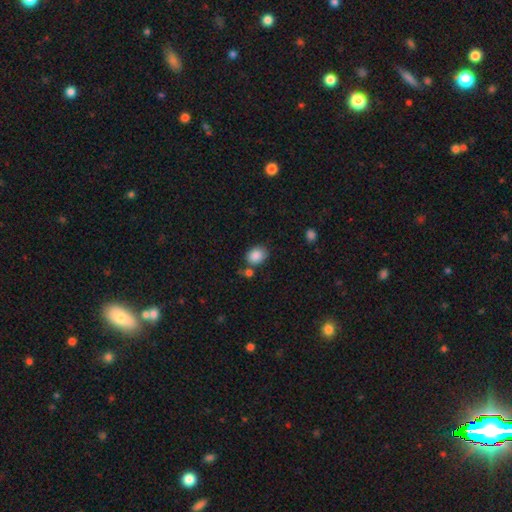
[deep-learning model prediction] Smooth or featured? Predicted: smooth (p=0.88). How rounded? Predicted: in between (p=0.59). Merging? Predicted: none (p=0.69).